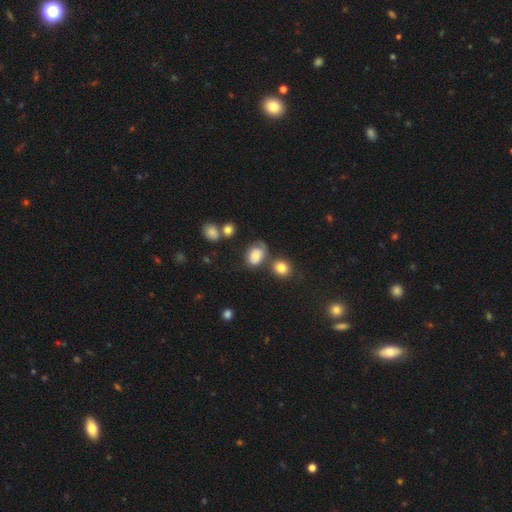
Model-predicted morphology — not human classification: A smooth galaxy with no disk features (69%) that is in between round and cigar-shaped (68%). Merging: none (47%).